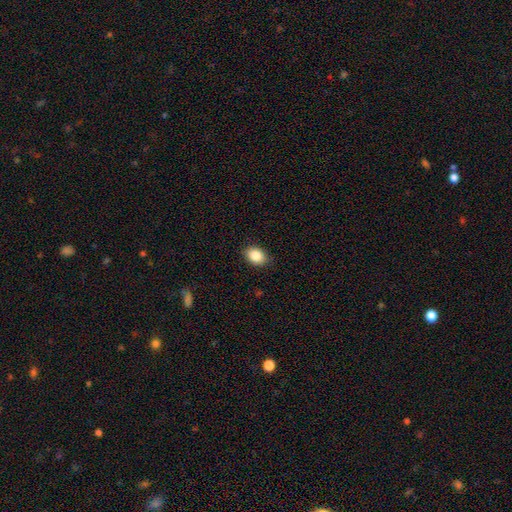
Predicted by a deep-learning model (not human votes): Morphology: type=smooth (87%); roundness=in between (77%); merging=none (88%).